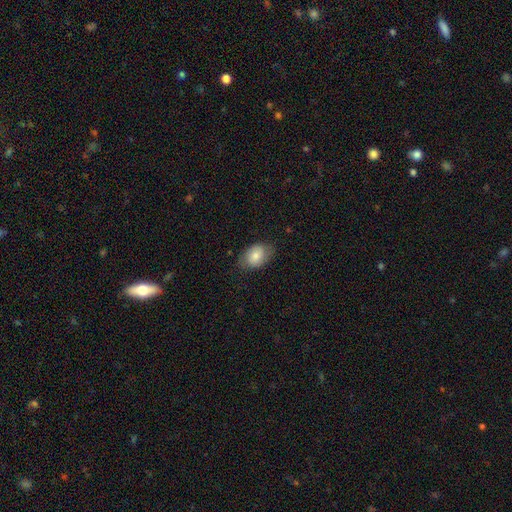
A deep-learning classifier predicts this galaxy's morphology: Overall: smooth (78%). How rounded: in between (83%). Merging: none (72%).